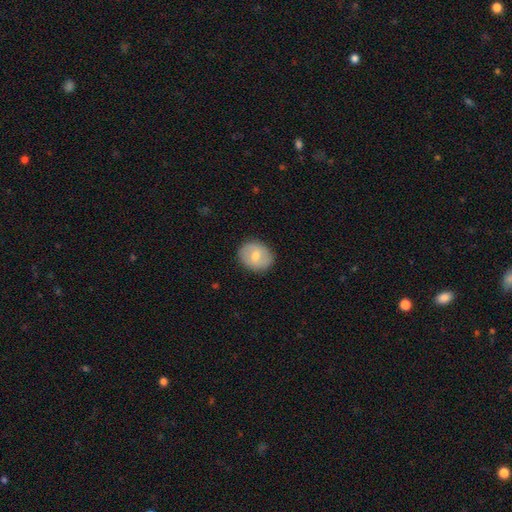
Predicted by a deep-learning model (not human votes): smooth_or_featured: smooth (p=0.65) [alt: featured or disk p=0.29]
how_rounded: round (p=0.64) [alt: in between p=0.35]
merging: none (p=0.87) [alt: minor disturbance p=0.10]